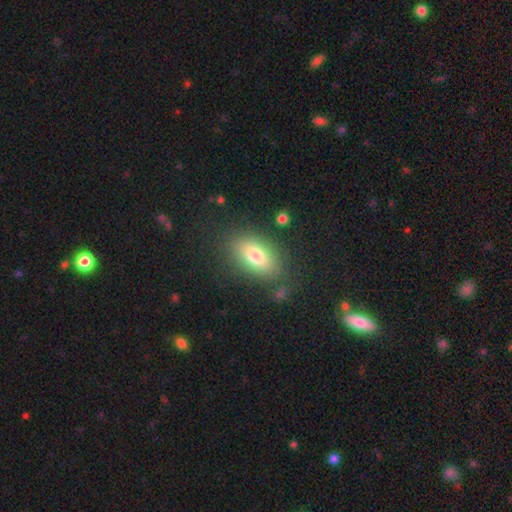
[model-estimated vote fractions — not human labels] Smooth or featured? smooth (78%)
How rounded? in between (87%)
Merging? none (81%)